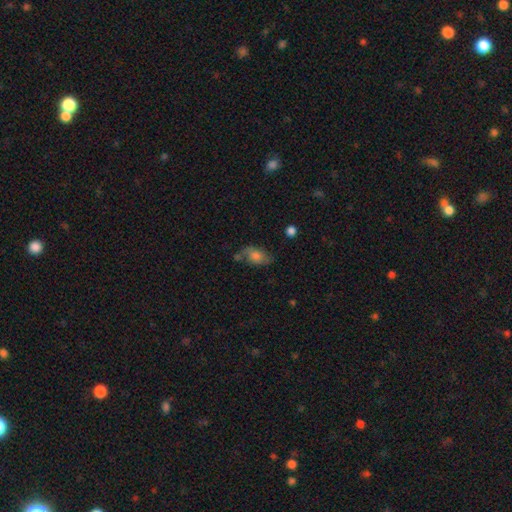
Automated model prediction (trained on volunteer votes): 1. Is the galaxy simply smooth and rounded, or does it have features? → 68% smooth, 22% featured or disk, 9% star or artifact.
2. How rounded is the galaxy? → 86% in between, 11% round, 3% cigar-shaped.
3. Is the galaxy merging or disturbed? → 53% none, 26% minor disturbance, 12% major disturbance, 10% merger.